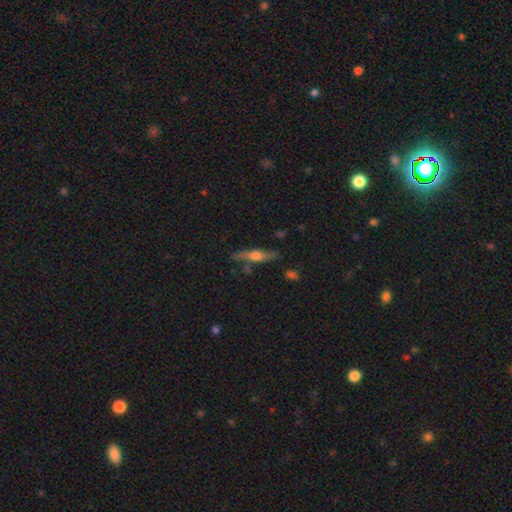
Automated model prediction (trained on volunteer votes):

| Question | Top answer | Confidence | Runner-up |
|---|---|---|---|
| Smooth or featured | featured or disk | 62% | smooth (31%) |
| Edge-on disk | yes | 94% | no (6%) |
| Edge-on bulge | rounded | 86% | boxy (9%) |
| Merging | none | 80% | minor disturbance (13%) |